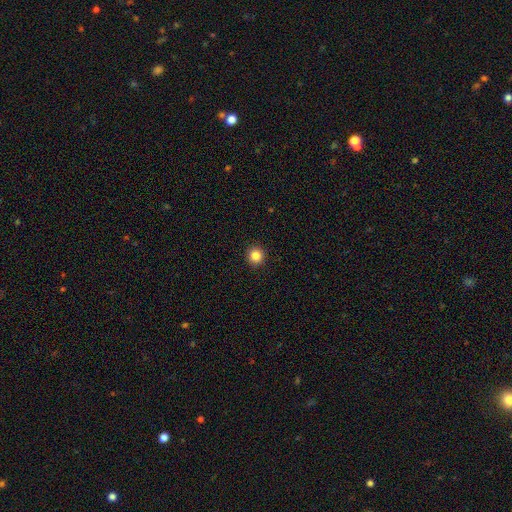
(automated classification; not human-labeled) Smooth or featured?
  - smooth: 85% *
  - star or artifact: 11%
  - featured or disk: 4%
How rounded?
  - round: 94% *
  - in between: 5%
  - cigar-shaped: 1%
Merging?
  - none: 93% *
  - minor disturbance: 4%
  - major disturbance: 2%
  - merger: 1%